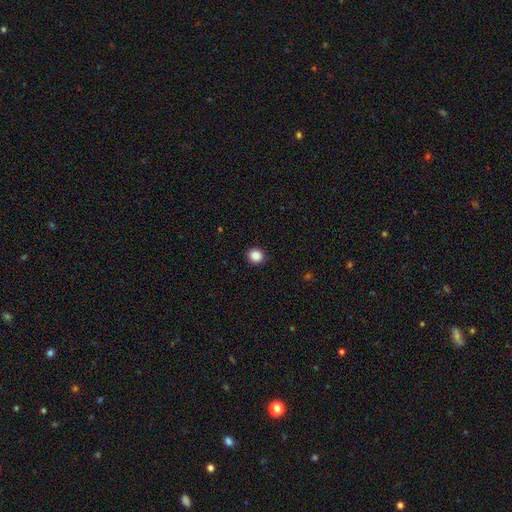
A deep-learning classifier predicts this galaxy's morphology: Smooth or featured?
  - smooth: 87% *
  - star or artifact: 10%
  - featured or disk: 3%
How rounded?
  - round: 88% *
  - in between: 11%
  - cigar-shaped: 1%
Merging?
  - none: 93% *
  - minor disturbance: 5%
  - major disturbance: 2%
  - merger: 1%